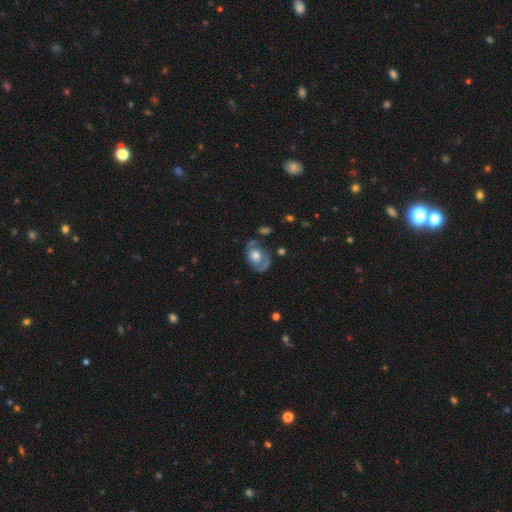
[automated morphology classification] featured or disk 50%, smooth 43%, star or artifact 7%. Down the decision tree: edge-on disk — no (94%); merging — none (50%).